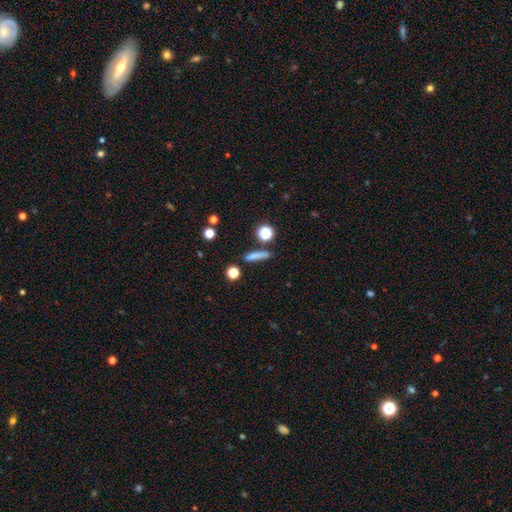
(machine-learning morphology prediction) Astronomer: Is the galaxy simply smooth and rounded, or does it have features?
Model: smooth — 74%.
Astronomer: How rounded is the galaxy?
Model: cigar-shaped — 82%.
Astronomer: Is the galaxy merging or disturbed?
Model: none — 78%.